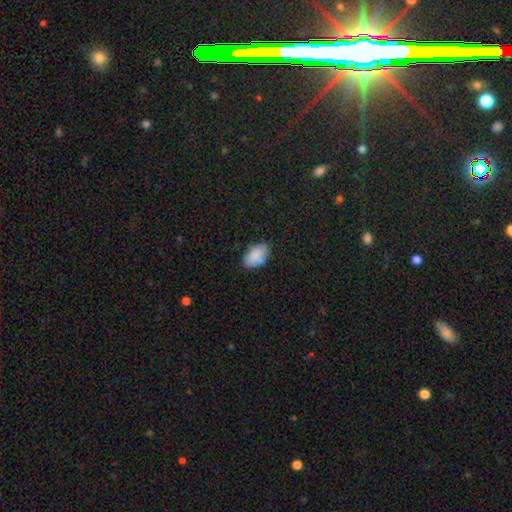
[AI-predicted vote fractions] smooth_or_featured: smooth (p=0.86) [alt: star or artifact p=0.07]
how_rounded: in between (p=0.92) [alt: round p=0.07]
merging: none (p=0.78) [alt: minor disturbance p=0.17]